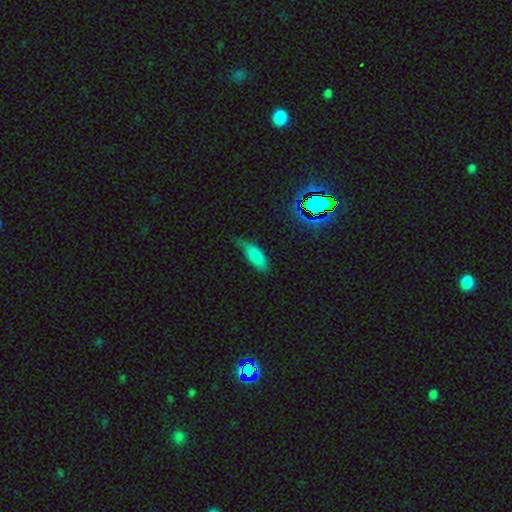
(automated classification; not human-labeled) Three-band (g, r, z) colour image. It shows a smooth galaxy with no disk features (79%) that is in between round and cigar-shaped (73%). Merging: minor disturbance (44%).